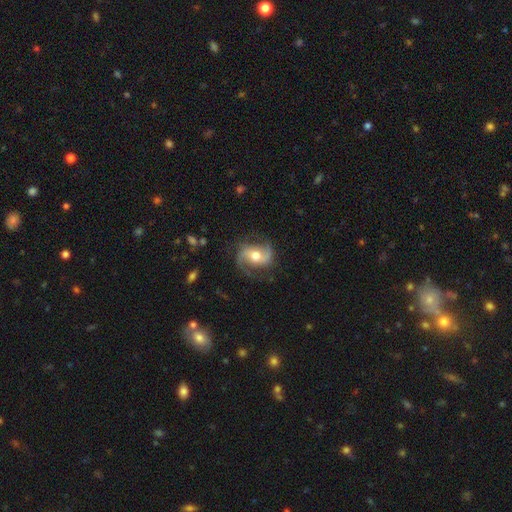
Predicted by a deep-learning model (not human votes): featured or disk 83%, smooth 11%, star or artifact 6%. Down the decision tree: edge-on disk — no (97%); bar — no (40%); spiral arms — yes (95%); spiral arm count — 2 (90%); spiral winding — medium (47%); bulge size — moderate (71%); merging — none (72%).